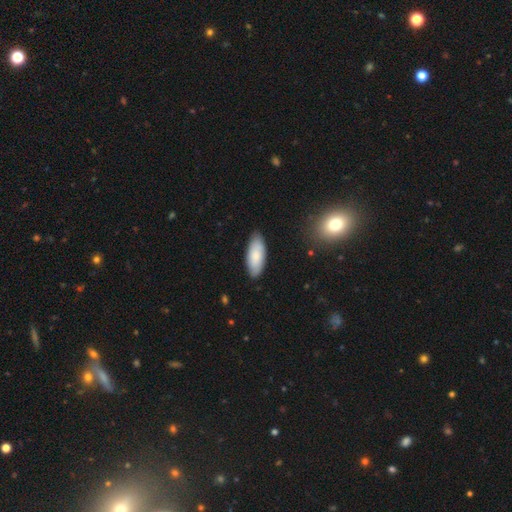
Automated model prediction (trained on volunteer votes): Smooth or featured? Predicted: smooth (p=0.81). How rounded? Predicted: in between (p=0.83). Merging? Predicted: none (p=0.84).